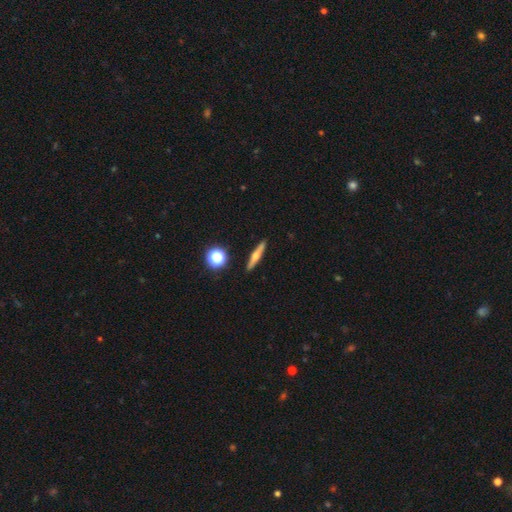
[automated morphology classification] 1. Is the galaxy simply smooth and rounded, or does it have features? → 58% featured or disk, 34% smooth, 8% star or artifact.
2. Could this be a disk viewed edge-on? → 96% yes, 4% no.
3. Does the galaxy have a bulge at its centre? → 91% rounded, 6% none, 3% boxy.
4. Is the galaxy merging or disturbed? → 91% none, 6% minor disturbance, 2% merger, 2% major disturbance.